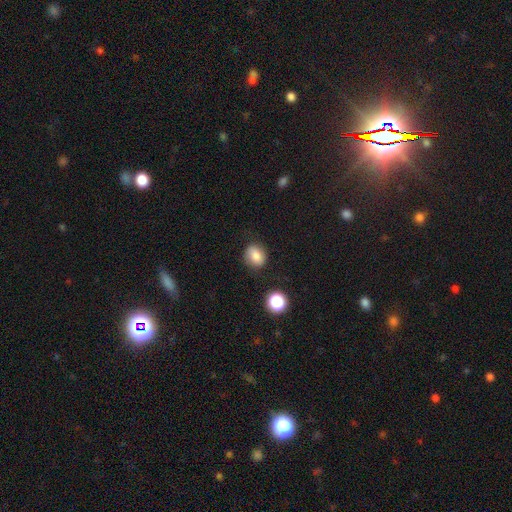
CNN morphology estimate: smooth 79%, star or artifact 11%, featured or disk 10%. Down the decision tree: how rounded — round (51%); merging — none (78%).